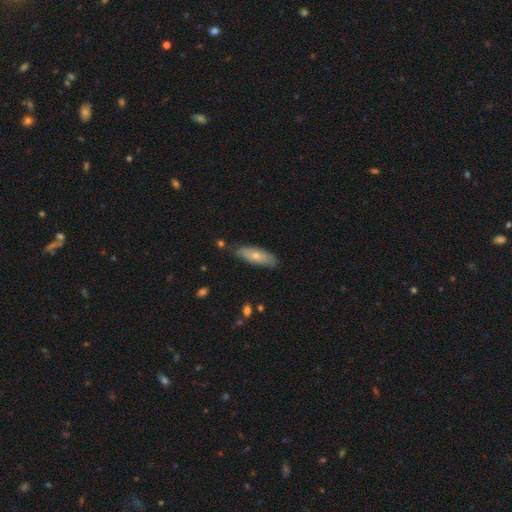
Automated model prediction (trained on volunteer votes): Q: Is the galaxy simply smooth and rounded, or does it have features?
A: smooth — 63%.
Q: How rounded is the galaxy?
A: in between — 60%.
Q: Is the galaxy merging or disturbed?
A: none — 74%.